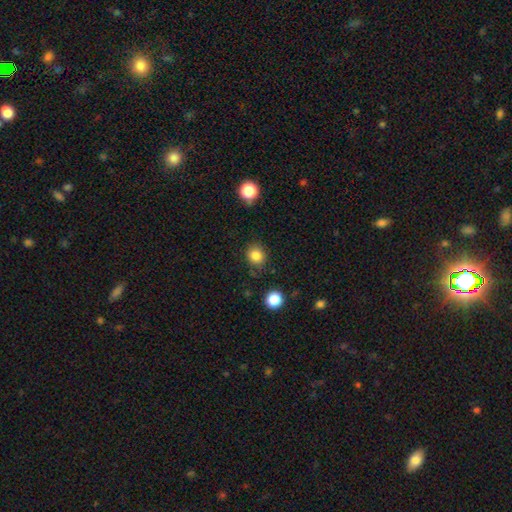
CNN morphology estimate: type=smooth (83%); roundness=round (81%); merging=none (83%).